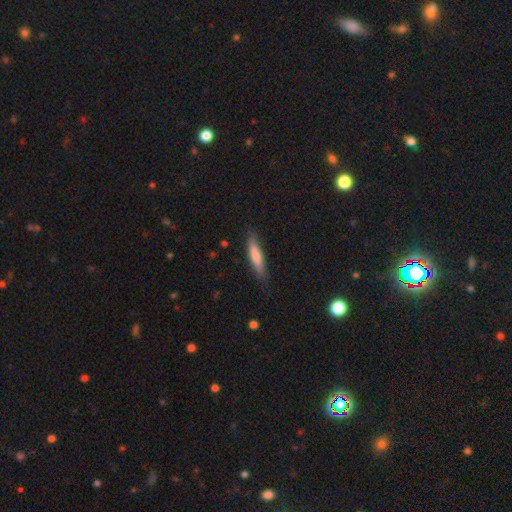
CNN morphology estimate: This is likely a smooth galaxy (78%). How rounded: clearly cigar-shaped (80%). Merging: clearly none (81%).